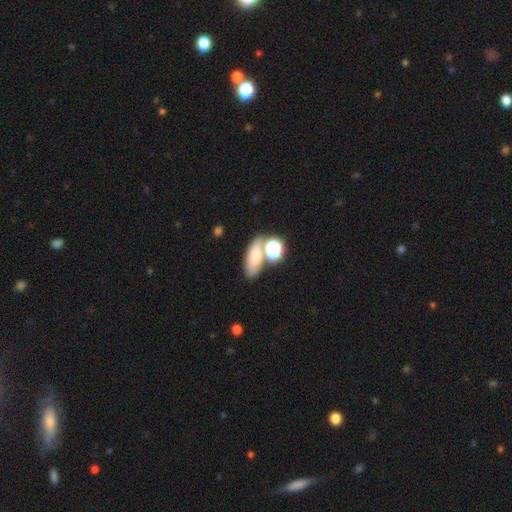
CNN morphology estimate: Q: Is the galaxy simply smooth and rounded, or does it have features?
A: smooth — 69%.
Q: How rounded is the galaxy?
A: in between — 66%.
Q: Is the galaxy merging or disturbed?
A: none — 54%.